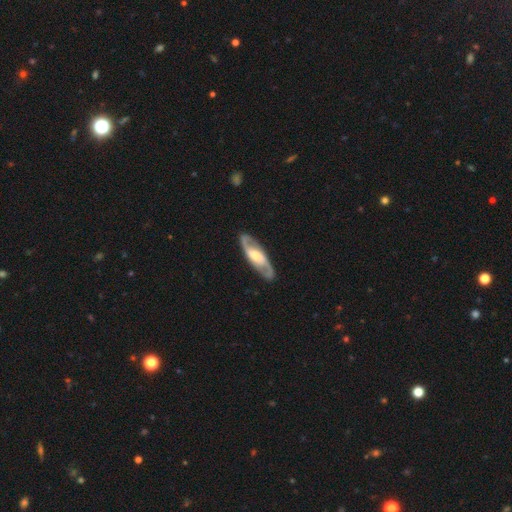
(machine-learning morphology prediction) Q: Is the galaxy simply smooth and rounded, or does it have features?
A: featured or disk — 81%.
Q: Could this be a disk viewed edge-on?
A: no — 85%.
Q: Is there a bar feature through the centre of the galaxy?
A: weak — 44%.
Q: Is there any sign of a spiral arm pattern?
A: yes — 91%.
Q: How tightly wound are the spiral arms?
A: medium — 51%.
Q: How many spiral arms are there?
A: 2 — 91%.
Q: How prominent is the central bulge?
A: moderate — 55%.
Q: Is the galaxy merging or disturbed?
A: none — 87%.